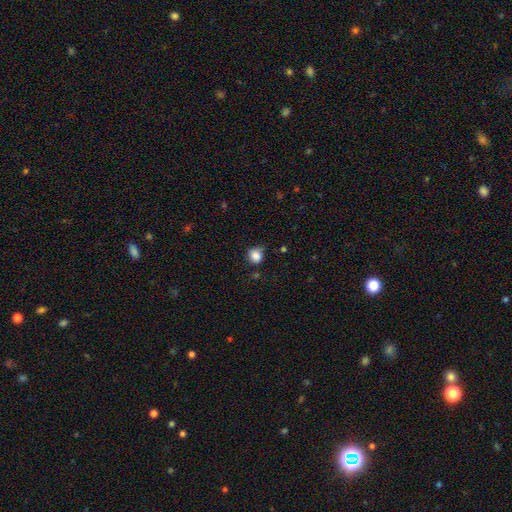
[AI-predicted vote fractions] Morphology: type=smooth (85%); roundness=round (80%); merging=none (69%).